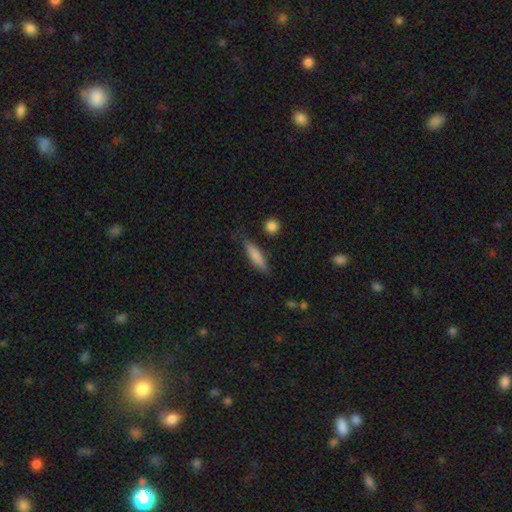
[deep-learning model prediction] smooth 79%, featured or disk 15%, star or artifact 6%. Down the decision tree: how rounded — cigar-shaped (69%); merging — none (75%).